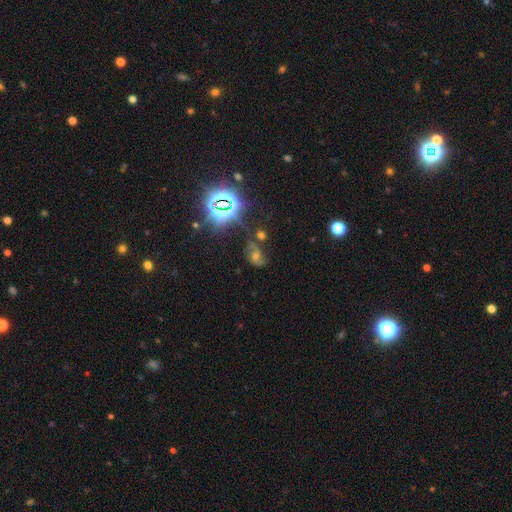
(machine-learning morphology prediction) Smooth or featured? Predicted: star or artifact (p=0.45).